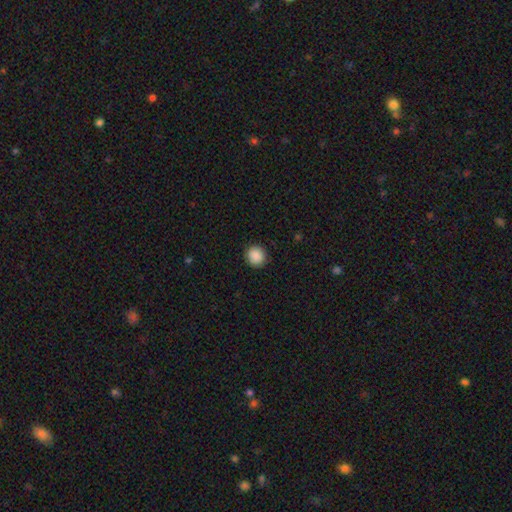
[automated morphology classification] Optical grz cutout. It shows a smooth galaxy with no disk features (89%) that is round (91%). Merging: none (91%).